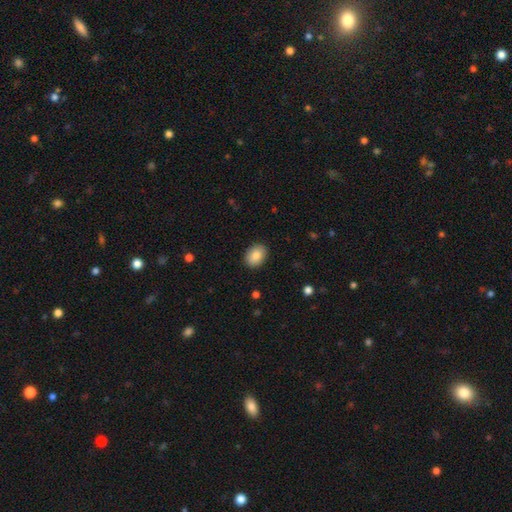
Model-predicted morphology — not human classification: type=smooth (87%); roundness=in between (72%); merging=none (89%).